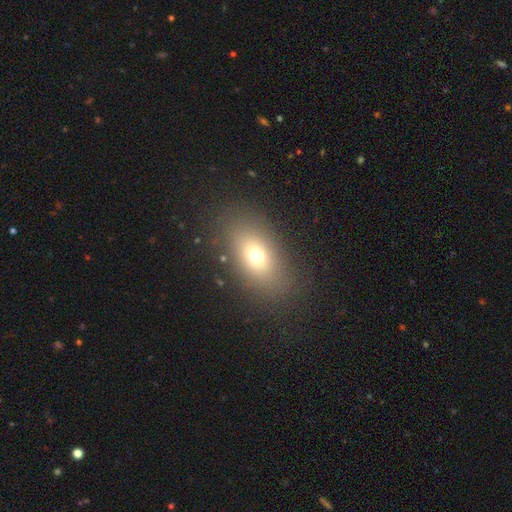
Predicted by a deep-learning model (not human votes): Morphology: type=smooth (68%); roundness=in between (80%); merging=none (83%).